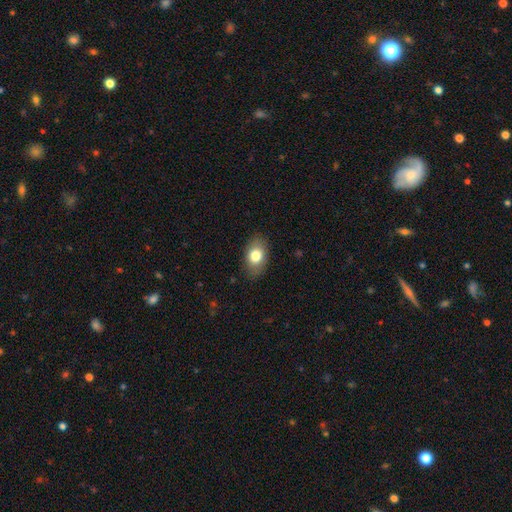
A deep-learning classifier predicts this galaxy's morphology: The model was most divided on "smooth or featured": smooth: 78%, featured or disk: 14%, star or artifact: 8%. More confident: how rounded — in between (87%); merging — none (84%).